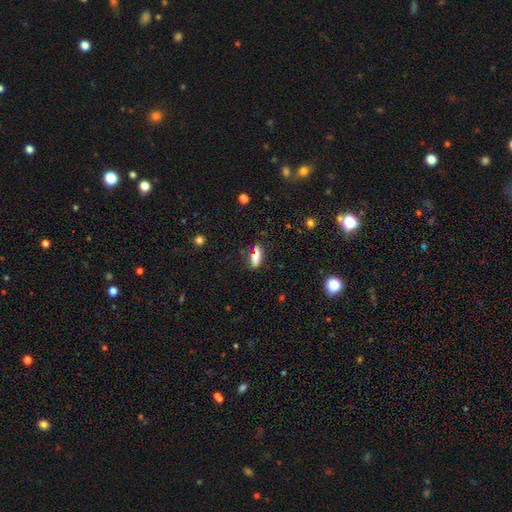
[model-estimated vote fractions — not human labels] This appears to be a smooth galaxy with no disk features (66%) that is in between round and cigar-shaped (58%). Merging: none (72%).